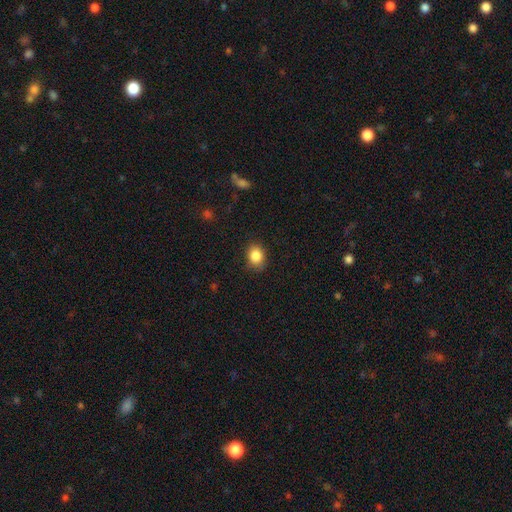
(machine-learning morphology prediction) Q: Smooth or featured?
A: smooth (86%); runner-up: star or artifact (9%)
Q: How rounded?
A: in between (53%); runner-up: round (46%)
Q: Merging?
A: none (82%); runner-up: minor disturbance (14%)